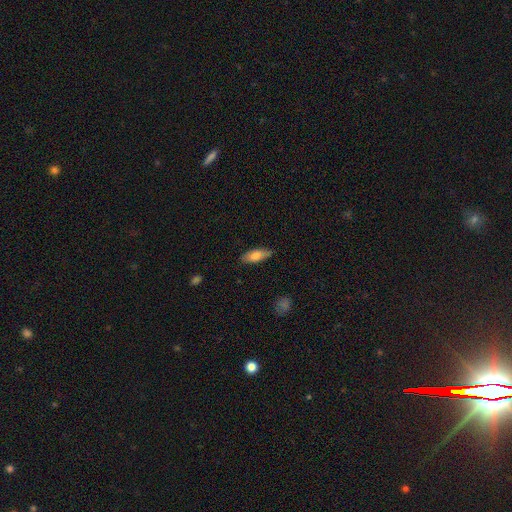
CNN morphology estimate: This is likely a smooth galaxy (73%). How rounded: likely in between (72%). Merging: clearly none (84%).